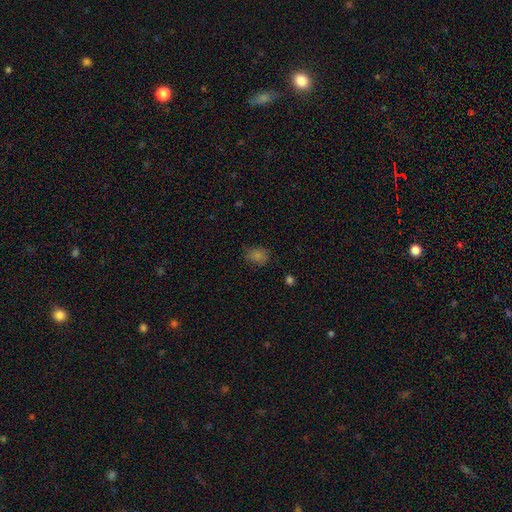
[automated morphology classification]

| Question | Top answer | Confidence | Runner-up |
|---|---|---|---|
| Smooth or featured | smooth | 69% | star or artifact (23%) |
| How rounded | in between | 55% | round (43%) |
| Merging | none | 79% | minor disturbance (15%) |